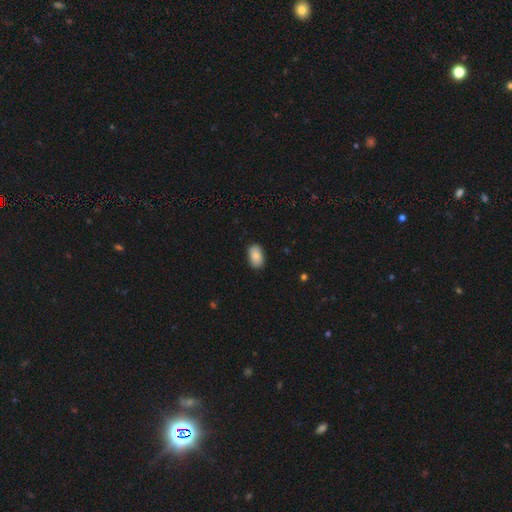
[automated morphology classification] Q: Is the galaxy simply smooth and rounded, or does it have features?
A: smooth — 87%.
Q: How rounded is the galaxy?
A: in between — 93%.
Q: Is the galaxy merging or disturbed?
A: none — 87%.